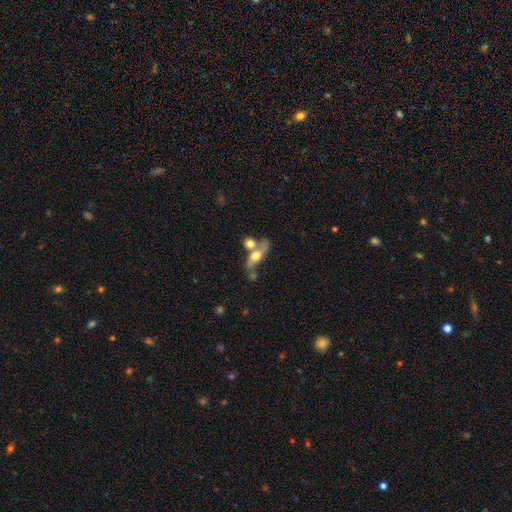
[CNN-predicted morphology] Smooth or featured? featured or disk (48%)
Merging? merger (41%)